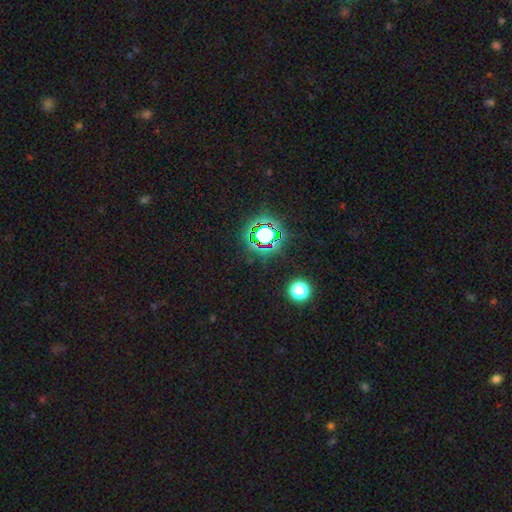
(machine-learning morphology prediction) The model was most divided on "smooth or featured": star or artifact: 79%, smooth: 14%, featured or disk: 7%.